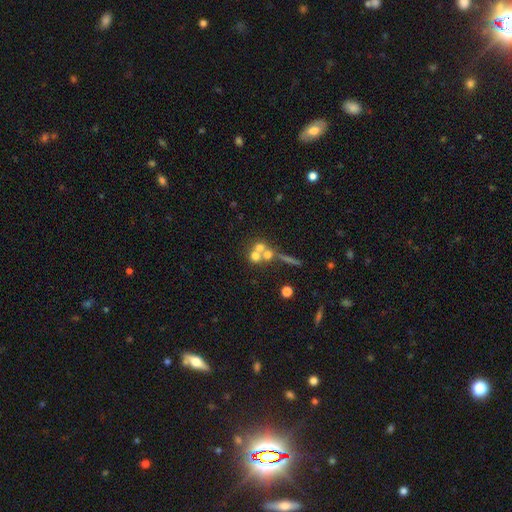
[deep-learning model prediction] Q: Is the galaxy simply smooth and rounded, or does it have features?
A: smooth — 53%.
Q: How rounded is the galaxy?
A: round — 83%.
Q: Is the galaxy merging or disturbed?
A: merger — 54%.